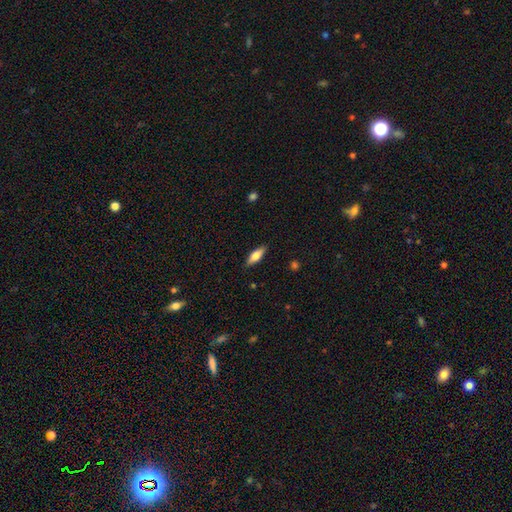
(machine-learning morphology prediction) Smooth or featured: smooth — 65% (featured or disk — 28%)
How rounded: in between — 58% (cigar-shaped — 39%)
Merging: none — 87% (minor disturbance — 9%)